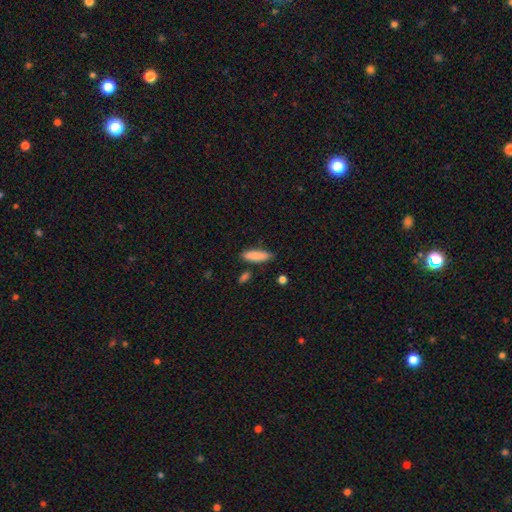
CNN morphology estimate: Smooth or featured? Predicted: smooth (p=0.85). How rounded? Predicted: cigar-shaped (p=0.49, tied with in between). Merging? Predicted: none (p=0.80).